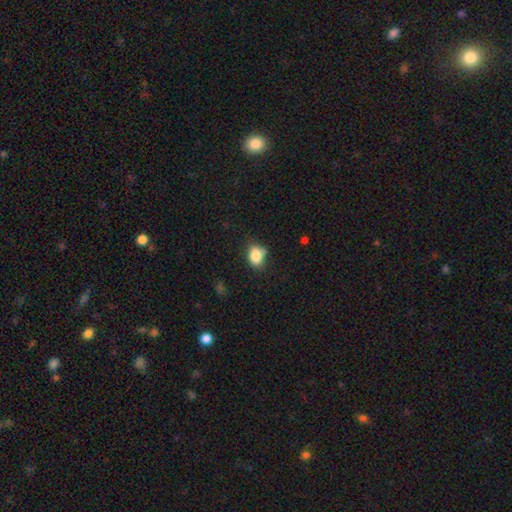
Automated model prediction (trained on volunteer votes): Smooth or featured: smooth — 83% (star or artifact — 10%)
How rounded: in between — 56% (round — 42%)
Merging: none — 65% (minor disturbance — 25%)